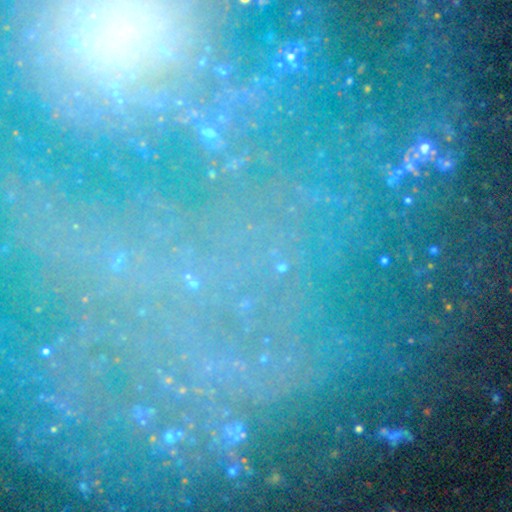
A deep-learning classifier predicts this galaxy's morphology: This appears to be a star or artifact, not a galaxy (60%).